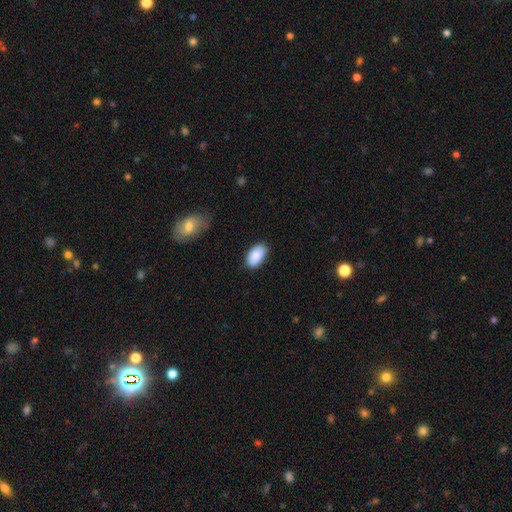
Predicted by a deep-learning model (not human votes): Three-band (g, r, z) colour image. It shows a smooth galaxy with no disk features (89%) that is in between round and cigar-shaped (94%). Merging: none (80%).